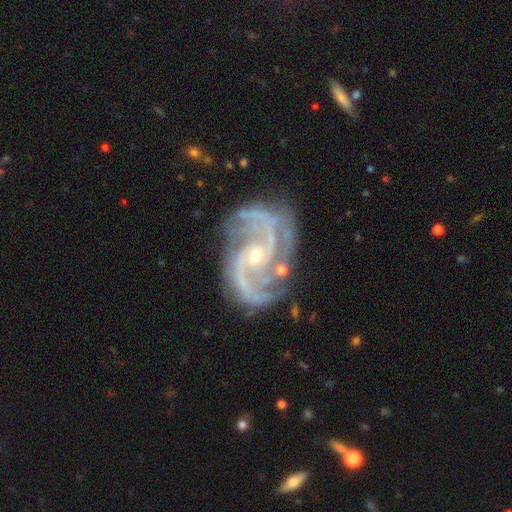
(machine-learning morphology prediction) Q: Smooth or featured?
A: featured or disk (92%); runner-up: star or artifact (6%)
Q: Edge-on disk?
A: no (98%); runner-up: yes (2%)
Q: Bar?
A: no (57%); runner-up: weak (33%)
Q: Spiral arms?
A: yes (99%); runner-up: no (1%)
Q: Spiral winding?
A: medium (56%); runner-up: tight (27%)
Q: Spiral arm count?
A: 2 (68%); runner-up: 3 (14%)
Q: Bulge size?
A: small (70%); runner-up: moderate (26%)
Q: Merging?
A: none (72%); runner-up: minor disturbance (18%)